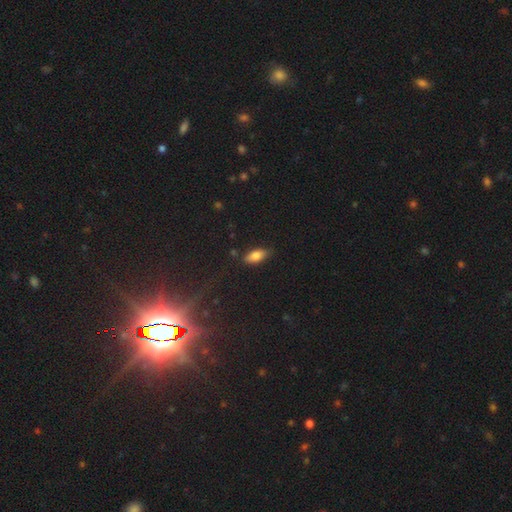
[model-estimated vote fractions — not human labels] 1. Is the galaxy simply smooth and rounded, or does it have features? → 78% smooth, 14% featured or disk, 8% star or artifact.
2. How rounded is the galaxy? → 86% in between, 11% cigar-shaped, 3% round.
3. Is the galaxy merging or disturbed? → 83% none, 13% minor disturbance, 2% major disturbance, 2% merger.